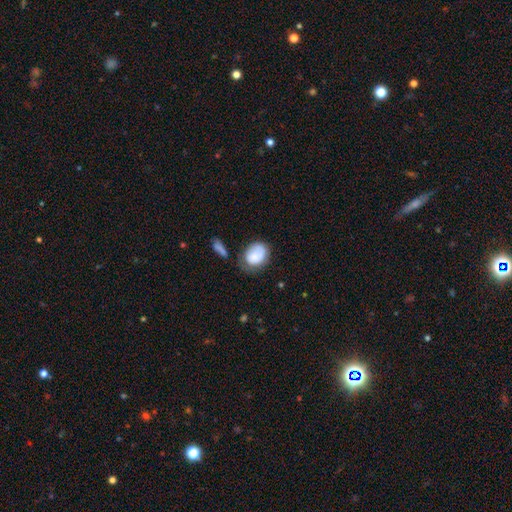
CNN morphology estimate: smooth-or-featured: smooth: 79% | featured or disk: 14% | star or artifact: 7%
  how-rounded: in between: 63% | round: 36% | cigar-shaped: 1%
  merging: none: 45% | minor disturbance: 30% | major disturbance: 17% | merger: 9%